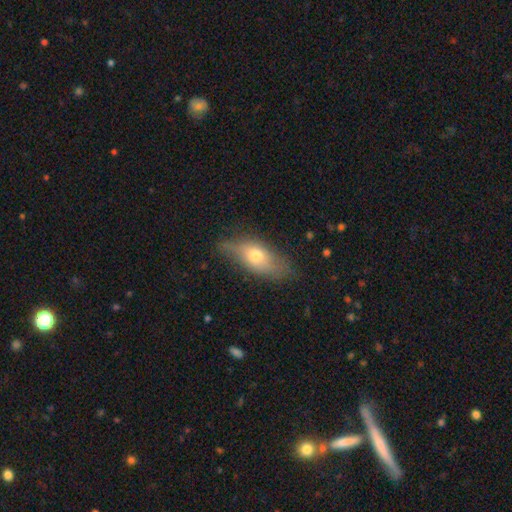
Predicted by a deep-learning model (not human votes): Smooth or featured?
  - smooth: 62% *
  - featured or disk: 30%
  - star or artifact: 8%
How rounded?
  - in between: 73% *
  - cigar-shaped: 20%
  - round: 7%
Merging?
  - none: 72% *
  - minor disturbance: 20%
  - major disturbance: 6%
  - merger: 1%